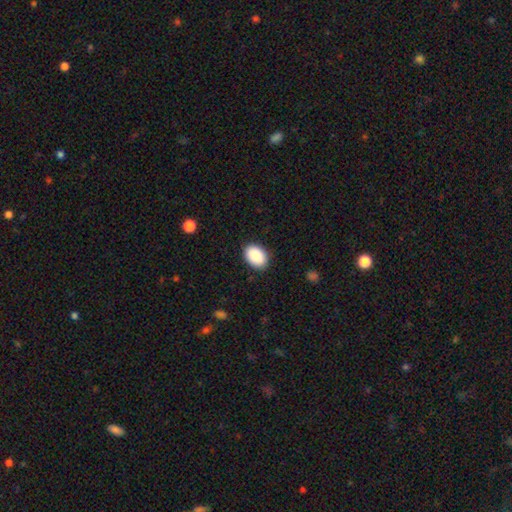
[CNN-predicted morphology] Overall: smooth (90%). How rounded: in between (84%). Merging: none (89%).